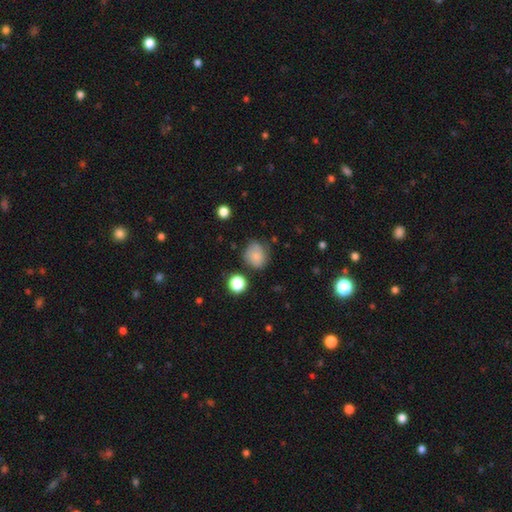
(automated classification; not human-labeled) Morphology: type=smooth (76%); roundness=round (73%); merging=none (62%).